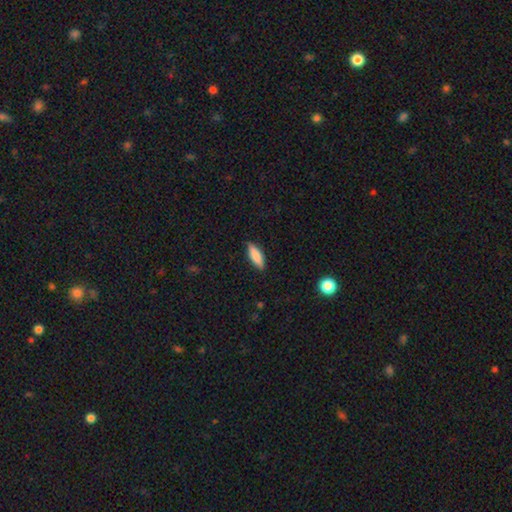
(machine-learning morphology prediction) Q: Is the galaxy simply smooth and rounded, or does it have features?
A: smooth — 81%.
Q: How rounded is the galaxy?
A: in between — 53%.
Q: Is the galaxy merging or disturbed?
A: none — 87%.